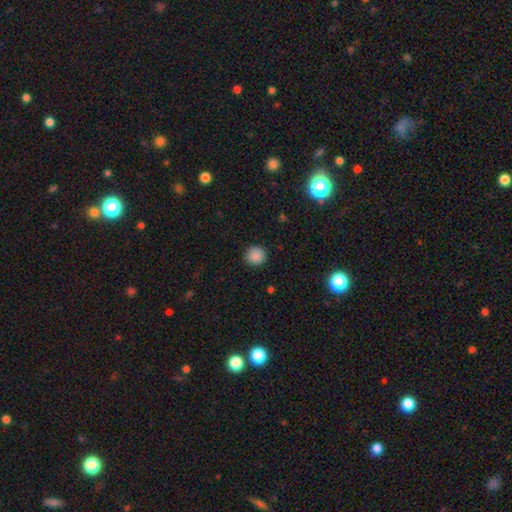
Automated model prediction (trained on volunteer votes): The model was most divided on "smooth or featured": smooth: 87%, star or artifact: 10%, featured or disk: 3%. More confident: how rounded — round (94%); merging — none (91%).